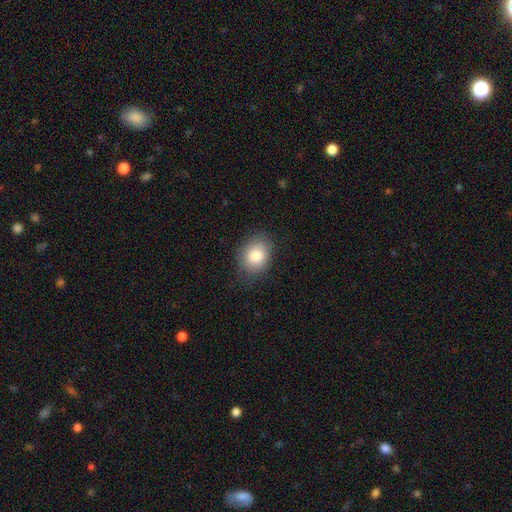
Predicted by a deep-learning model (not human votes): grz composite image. It shows a smooth galaxy with no disk features (83%) that is in between round and cigar-shaped (56%). Merging: none (77%).